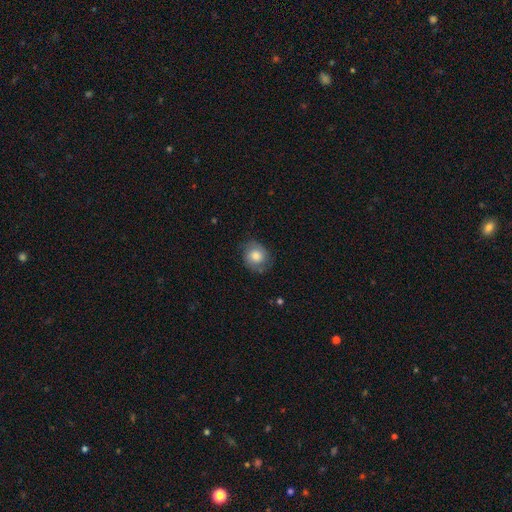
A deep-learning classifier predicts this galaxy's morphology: Smooth or featured? Predicted: smooth (p=0.64). How rounded? Predicted: round (p=0.76). Merging? Predicted: none (p=0.72).